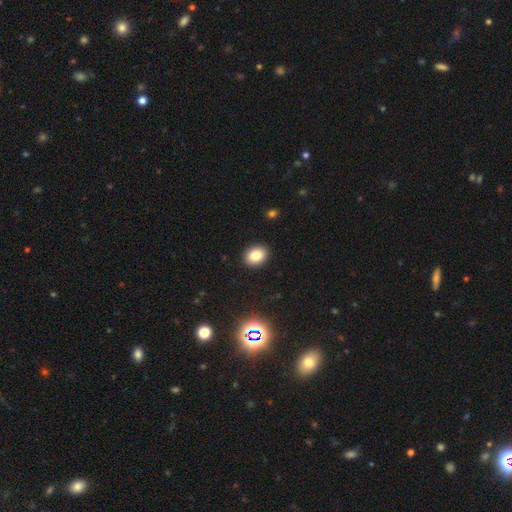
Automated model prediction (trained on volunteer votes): This is clearly a smooth galaxy (82%). How rounded: possibly in between (58%). Merging: clearly none (90%).